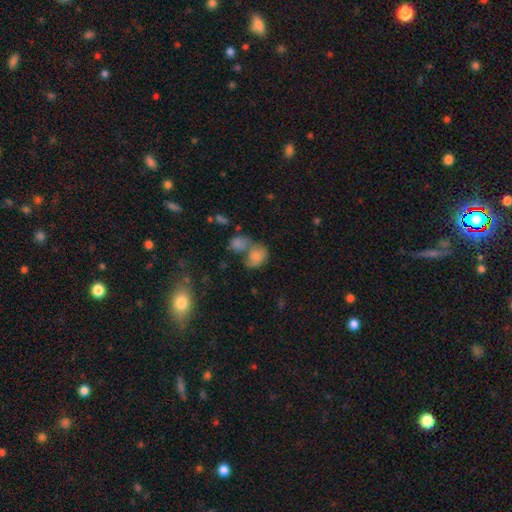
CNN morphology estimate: smooth 72%, featured or disk 17%, star or artifact 11%. Down the decision tree: how rounded — in between (60%); merging — merger (57%).